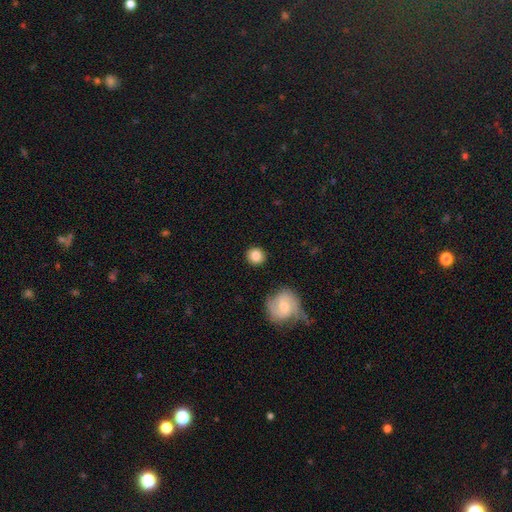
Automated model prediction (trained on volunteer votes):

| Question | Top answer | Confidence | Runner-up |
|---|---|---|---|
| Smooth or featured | smooth | 85% | featured or disk (8%) |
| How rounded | round | 91% | in between (8%) |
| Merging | none | 88% | minor disturbance (7%) |